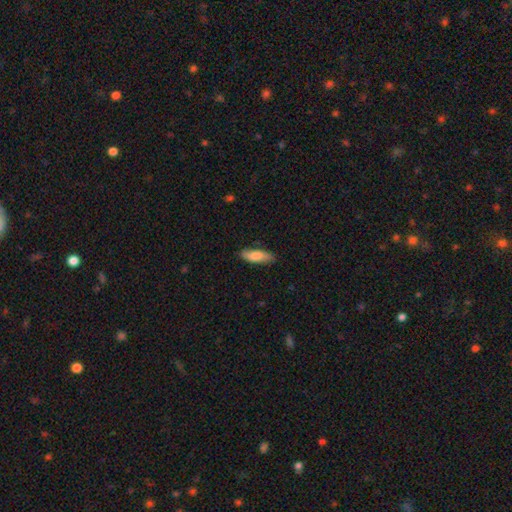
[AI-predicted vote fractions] Smooth or featured?
  - smooth: 77% *
  - featured or disk: 17%
  - star or artifact: 6%
How rounded?
  - in between: 57% *
  - cigar-shaped: 41%
  - round: 2%
Merging?
  - none: 80% *
  - minor disturbance: 16%
  - major disturbance: 3%
  - merger: 1%